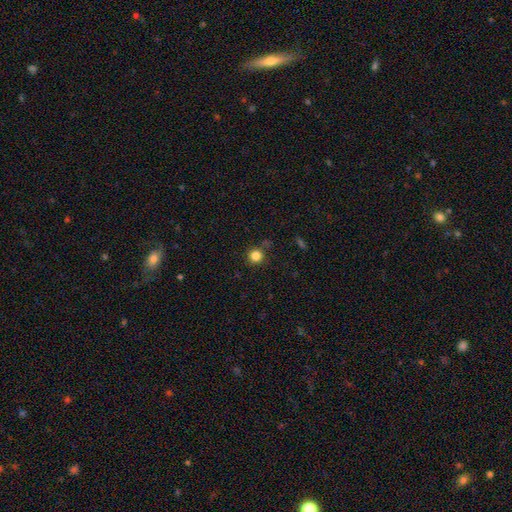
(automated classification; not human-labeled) The model was most divided on "smooth or featured": smooth: 83%, star or artifact: 12%, featured or disk: 4%. More confident: how rounded — round (94%); merging — none (85%).